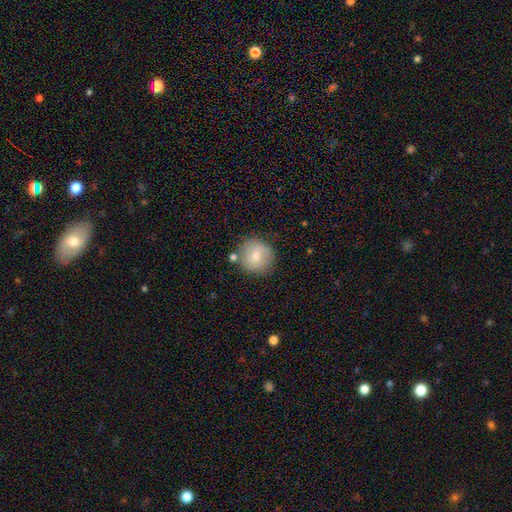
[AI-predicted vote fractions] A smooth galaxy with no disk features (74%) that is round (93%).

Vote fractions:
- Smooth or featured? smooth: 74% / featured or disk: 18% / star or artifact: 8%
- How rounded? round: 93% / in between: 6% / cigar-shaped: 1%
- Merging? none: 79% / minor disturbance: 12% / merger: 6% / major disturbance: 3%